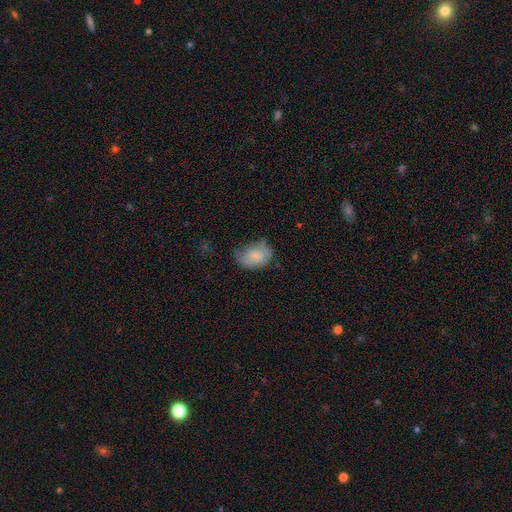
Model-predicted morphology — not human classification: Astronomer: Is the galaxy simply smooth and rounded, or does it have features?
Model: smooth — 72%.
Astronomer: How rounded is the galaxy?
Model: in between — 75%.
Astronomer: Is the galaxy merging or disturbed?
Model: none — 44% (runner-up: minor disturbance, 37%).